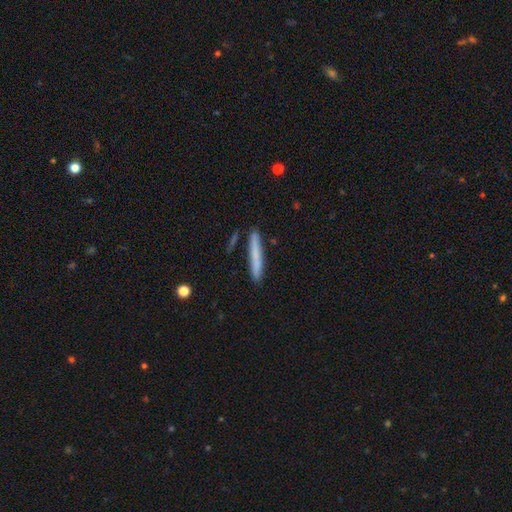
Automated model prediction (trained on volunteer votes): Smooth or featured? smooth (70%)
How rounded? cigar-shaped (96%)
Merging? none (88%)